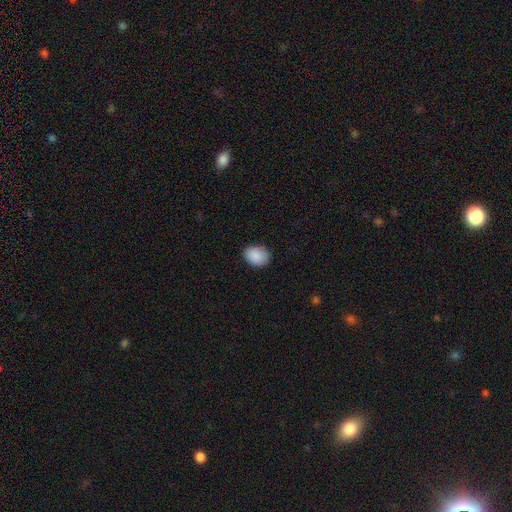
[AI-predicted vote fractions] Smooth or featured? Predicted: smooth (p=0.89). How rounded? Predicted: in between (p=0.64). Merging? Predicted: none (p=0.82).